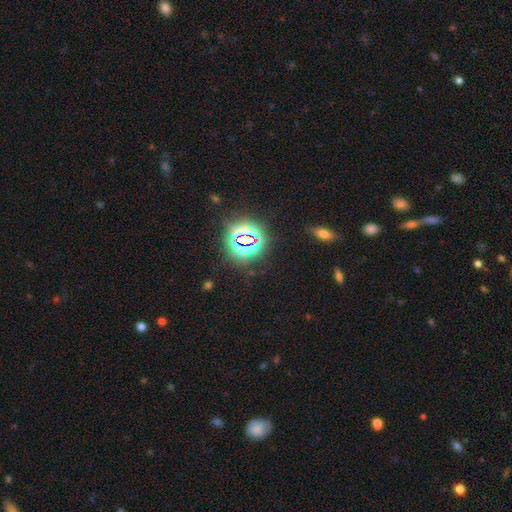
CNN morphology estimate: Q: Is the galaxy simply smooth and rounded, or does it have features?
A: star or artifact — 78%.